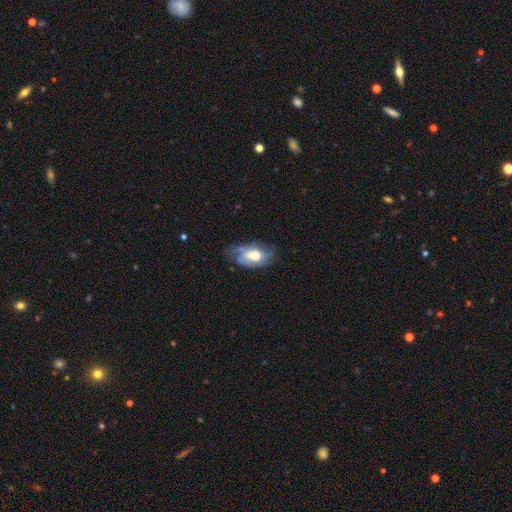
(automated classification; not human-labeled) smooth-or-featured: featured or disk: 51% | smooth: 40% | star or artifact: 8%
  disk-edge-on: no: 92% | yes: 8%
  merging: none: 43% | minor disturbance: 32% | major disturbance: 22% | merger: 2%